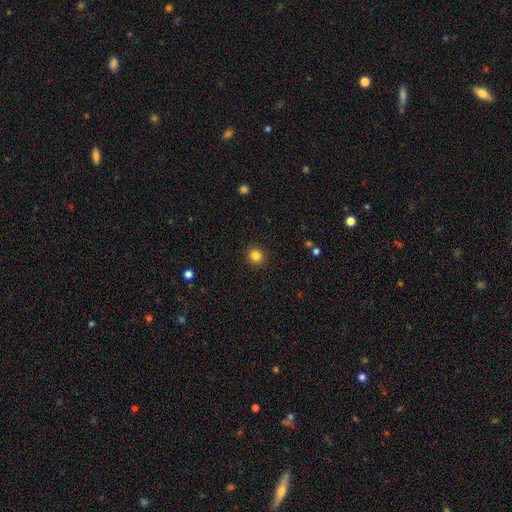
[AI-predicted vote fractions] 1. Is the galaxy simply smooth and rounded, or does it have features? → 83% smooth, 12% star or artifact, 5% featured or disk.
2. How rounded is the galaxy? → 85% round, 14% in between, 1% cigar-shaped.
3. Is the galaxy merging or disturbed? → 92% none, 5% minor disturbance, 2% major disturbance, 1% merger.